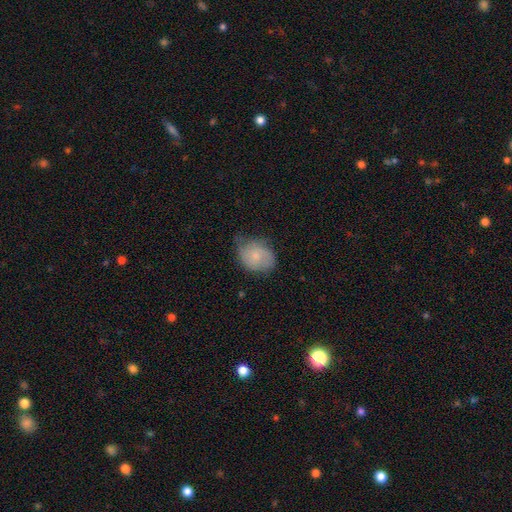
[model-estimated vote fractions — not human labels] Smooth or featured? Predicted: smooth (p=0.53). How rounded? Predicted: round (p=0.53). Merging? Predicted: none (p=0.48).